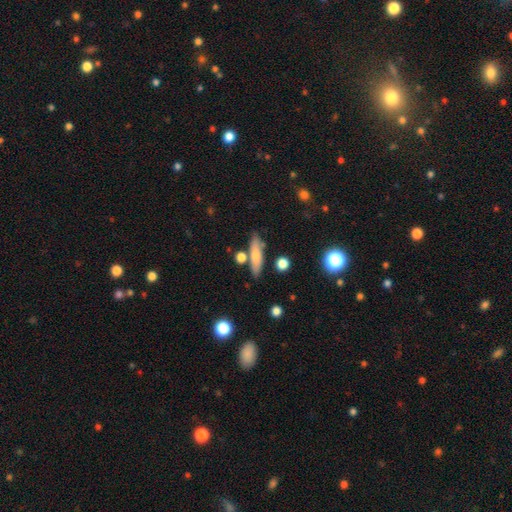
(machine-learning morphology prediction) Smooth or featured?
  - smooth: 69% *
  - featured or disk: 24%
  - star or artifact: 7%
How rounded?
  - cigar-shaped: 70% *
  - in between: 27%
  - round: 4%
Merging?
  - none: 75% *
  - minor disturbance: 12%
  - merger: 10%
  - major disturbance: 3%